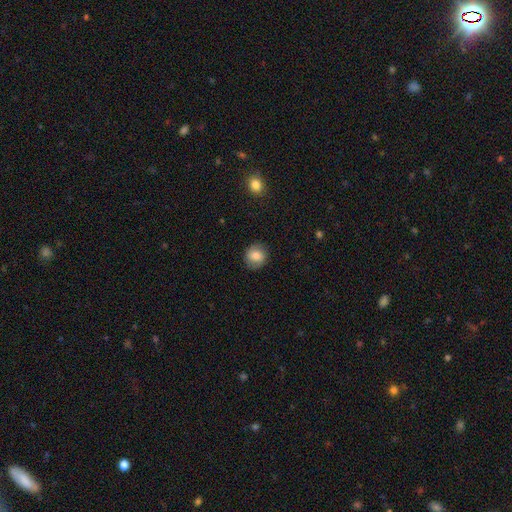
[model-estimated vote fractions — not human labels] Smooth or featured?
  - smooth: 78% *
  - featured or disk: 13%
  - star or artifact: 8%
How rounded?
  - round: 80% *
  - in between: 19%
  - cigar-shaped: 1%
Merging?
  - none: 84% *
  - minor disturbance: 11%
  - major disturbance: 3%
  - merger: 1%